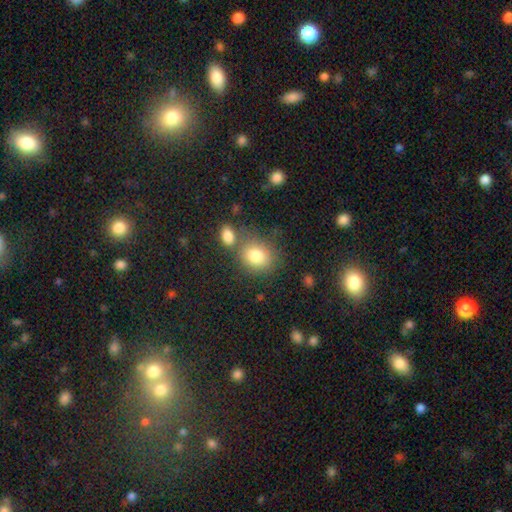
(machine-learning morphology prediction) Smooth or featured?
  - smooth: 82% *
  - star or artifact: 9%
  - featured or disk: 9%
How rounded?
  - round: 59% *
  - in between: 40%
  - cigar-shaped: 1%
Merging?
  - none: 60% *
  - merger: 23%
  - minor disturbance: 12%
  - major disturbance: 5%